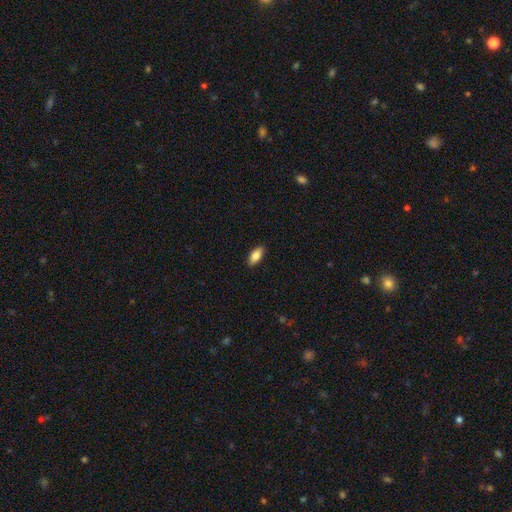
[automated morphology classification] smooth 85%, featured or disk 8%, star or artifact 6%. Down the decision tree: how rounded — in between (88%); merging — none (89%).